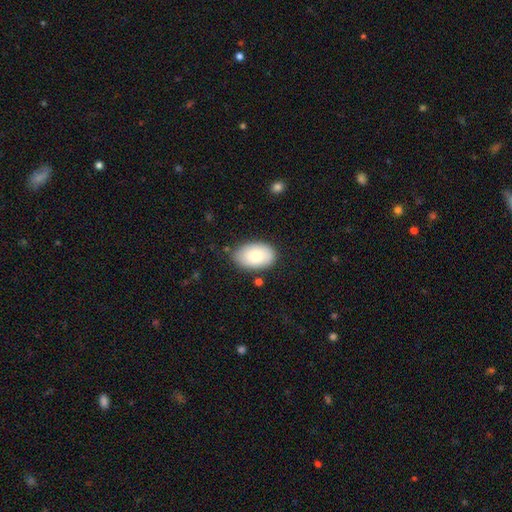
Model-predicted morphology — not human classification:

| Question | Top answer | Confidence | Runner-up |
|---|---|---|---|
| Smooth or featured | smooth | 80% | featured or disk (14%) |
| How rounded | in between | 92% | round (7%) |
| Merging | none | 79% | minor disturbance (15%) |